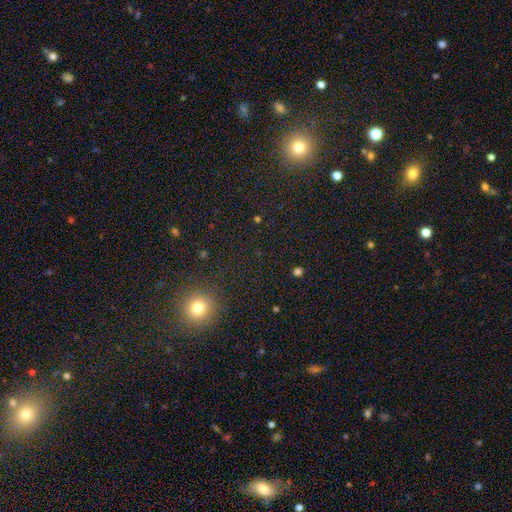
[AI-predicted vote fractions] Q: Smooth or featured?
A: smooth (50%); runner-up: star or artifact (43%)
Q: How rounded?
A: round (92%); runner-up: in between (7%)
Q: Merging?
A: none (88%); runner-up: minor disturbance (6%)